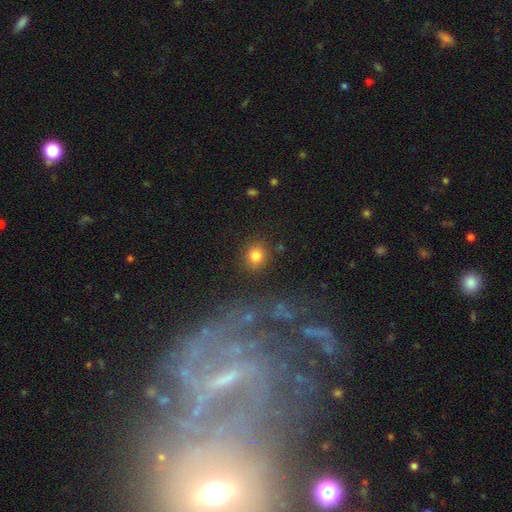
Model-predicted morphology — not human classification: Smooth or featured? smooth (82%)
How rounded? round (81%)
Merging? none (85%)